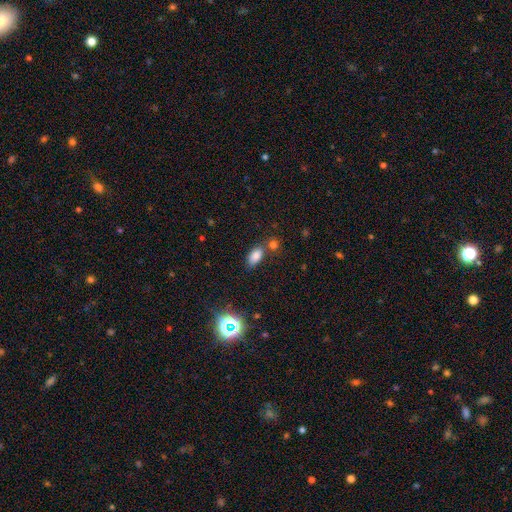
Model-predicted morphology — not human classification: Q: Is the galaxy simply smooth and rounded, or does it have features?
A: smooth — 78%.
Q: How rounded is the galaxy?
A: in between — 88%.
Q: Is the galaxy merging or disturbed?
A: none — 61%.